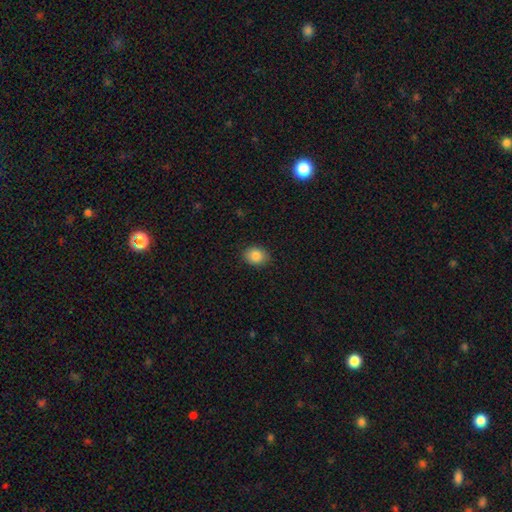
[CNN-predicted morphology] A smooth galaxy with no disk features (85%) that is in between round and cigar-shaped (54%).

Vote fractions:
- Smooth or featured? smooth: 85% / star or artifact: 9% / featured or disk: 6%
- How rounded? in between: 54% / round: 45% / cigar-shaped: 1%
- Merging? none: 89% / minor disturbance: 8% / major disturbance: 2% / merger: 1%